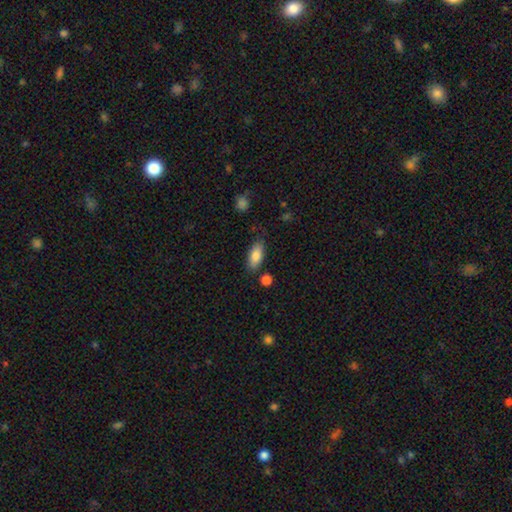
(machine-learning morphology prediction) smooth 84%, featured or disk 9%, star or artifact 7%. Down the decision tree: how rounded — in between (84%); merging — none (79%).